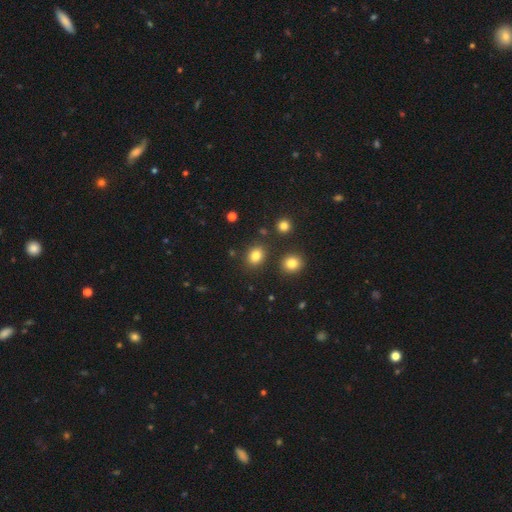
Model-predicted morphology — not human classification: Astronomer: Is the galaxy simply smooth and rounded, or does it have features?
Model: smooth — 83%.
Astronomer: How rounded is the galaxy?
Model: in between — 52% (runner-up: round, 47%).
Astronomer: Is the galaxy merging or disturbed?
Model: none — 83%.